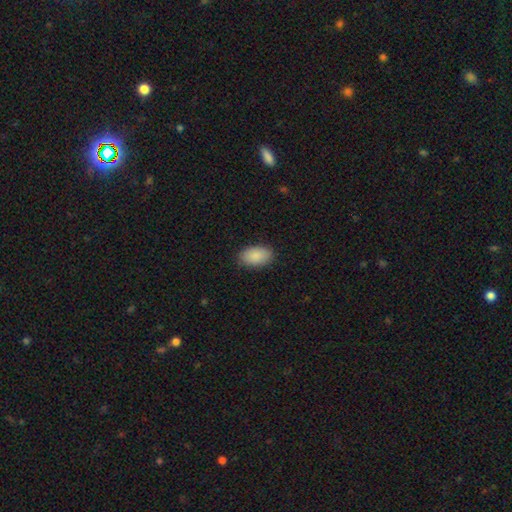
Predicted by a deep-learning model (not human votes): Smooth or featured: smooth — 89% (star or artifact — 6%)
How rounded: in between — 94% (round — 5%)
Merging: none — 87% (minor disturbance — 10%)